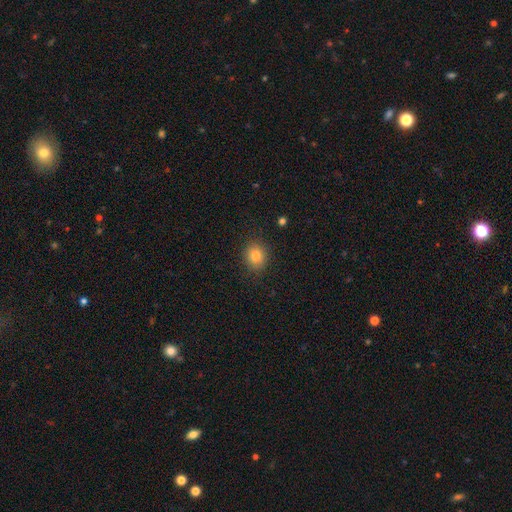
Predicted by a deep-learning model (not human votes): Smooth or featured? Predicted: smooth (p=0.83). How rounded? Predicted: round (p=0.69). Merging? Predicted: none (p=0.88).